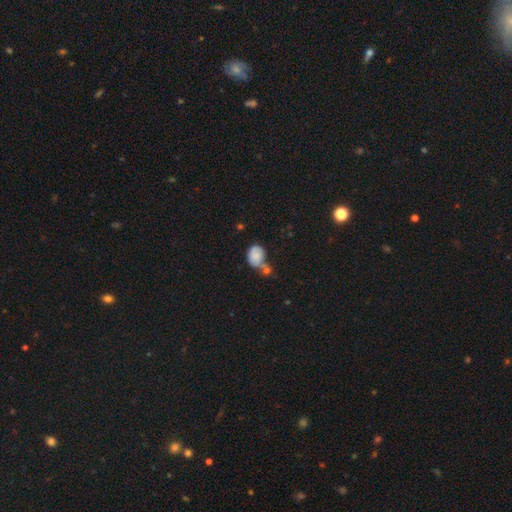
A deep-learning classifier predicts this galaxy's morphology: This is likely a smooth galaxy (77%). How rounded: possibly in between (58%). Merging: possibly merger (47%).